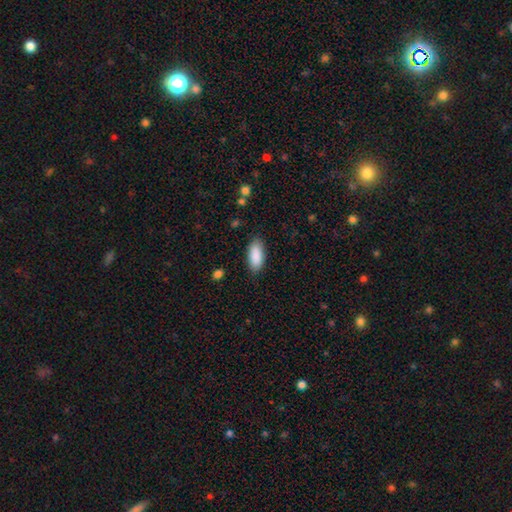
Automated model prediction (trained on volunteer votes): The model was most divided on "how rounded": in between: 85%, cigar-shaped: 13%, round: 2%. More confident: smooth or featured — smooth (89%); merging — none (86%).